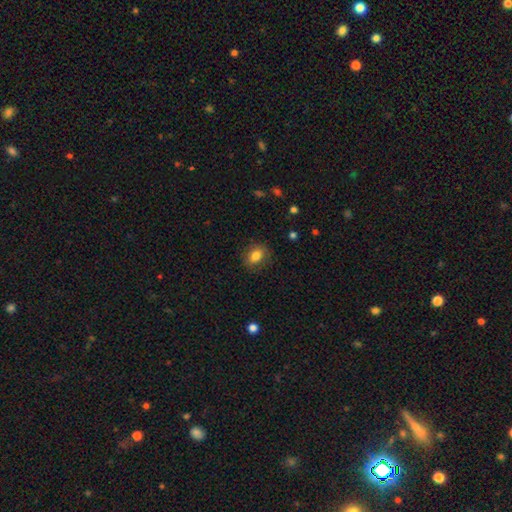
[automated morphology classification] Smooth or featured? smooth (81%)
How rounded? in between (67%)
Merging? none (83%)